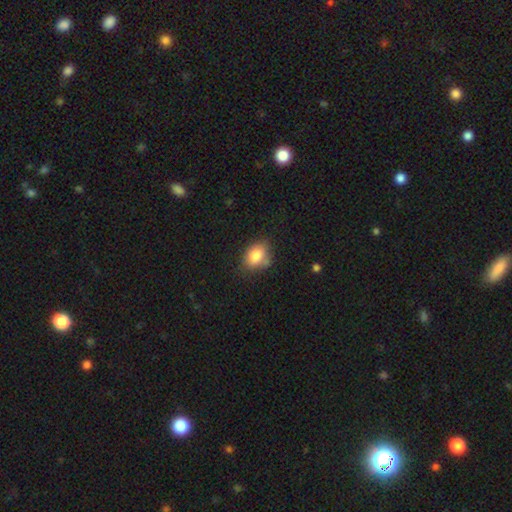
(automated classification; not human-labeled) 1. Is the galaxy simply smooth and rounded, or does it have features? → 81% smooth, 10% featured or disk, 9% star or artifact.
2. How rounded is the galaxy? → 70% in between, 29% round, 1% cigar-shaped.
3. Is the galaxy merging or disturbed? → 63% none, 26% minor disturbance, 6% merger, 5% major disturbance.